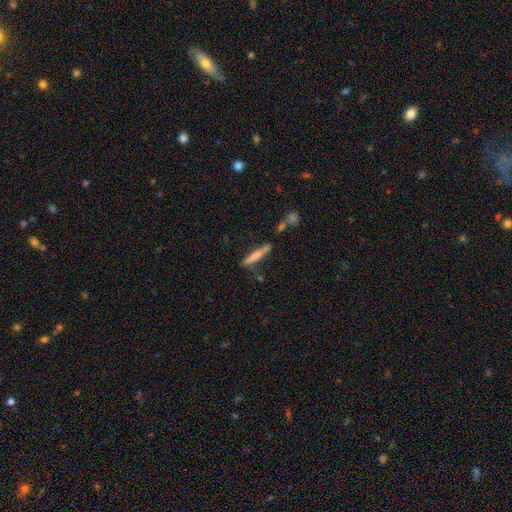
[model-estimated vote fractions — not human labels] smooth_or_featured: smooth (p=0.61) [alt: featured or disk p=0.32]
how_rounded: cigar-shaped (p=0.91) [alt: in between p=0.08]
merging: none (p=0.73) [alt: minor disturbance p=0.15]